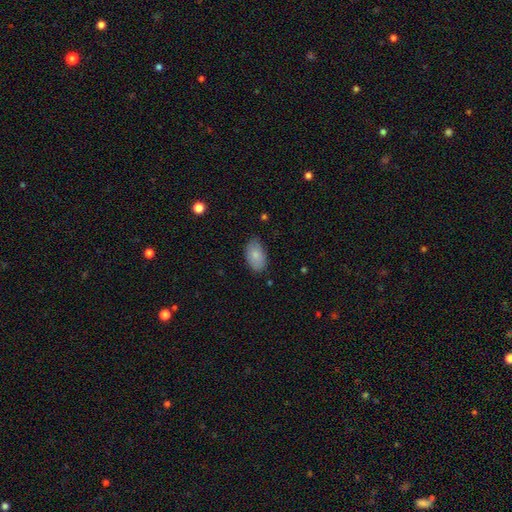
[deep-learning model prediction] This appears to be a smooth galaxy with no disk features (84%) that is in between round and cigar-shaped (93%). Merging: none (79%).